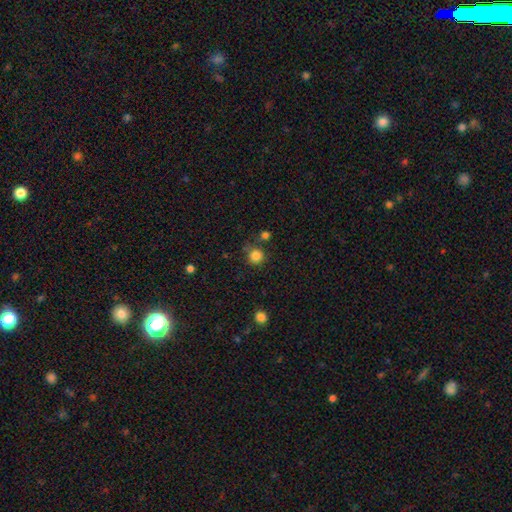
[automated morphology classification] A smooth galaxy with no disk features (83%) that is round (92%). Merging: none (74%).